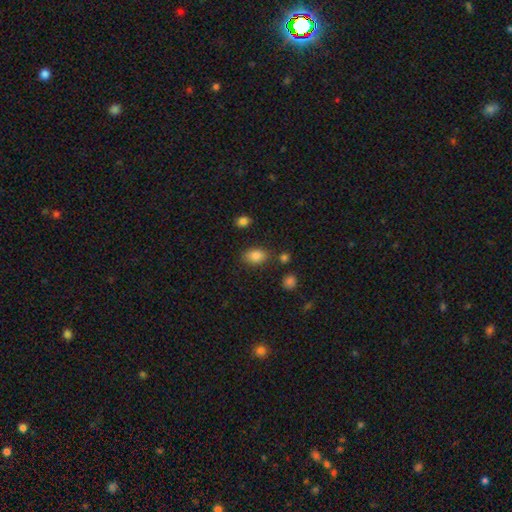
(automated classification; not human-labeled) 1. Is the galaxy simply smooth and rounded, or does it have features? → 84% smooth, 9% star or artifact, 7% featured or disk.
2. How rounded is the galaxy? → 82% in between, 16% round, 2% cigar-shaped.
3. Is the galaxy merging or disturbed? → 78% none, 14% minor disturbance, 5% merger, 4% major disturbance.